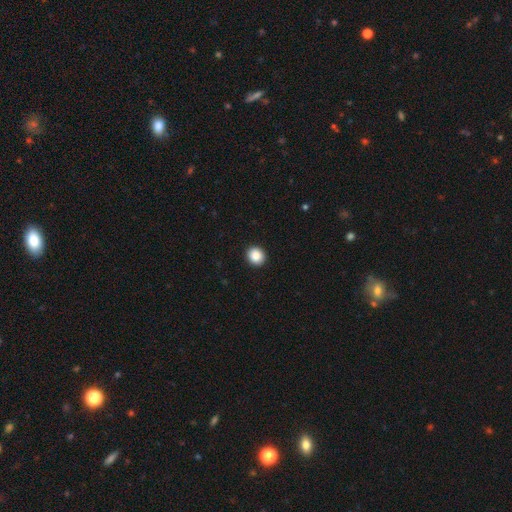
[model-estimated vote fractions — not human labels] Smooth or featured: smooth — 88% (star or artifact — 9%)
How rounded: round — 83% (in between — 16%)
Merging: none — 93% (minor disturbance — 5%)